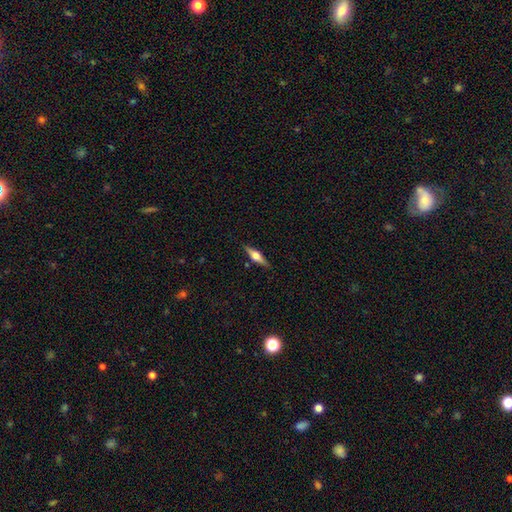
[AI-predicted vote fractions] Q: Smooth or featured?
A: featured or disk (64%); runner-up: smooth (29%)
Q: Edge-on disk?
A: yes (97%); runner-up: no (3%)
Q: Edge-on bulge?
A: rounded (90%); runner-up: boxy (8%)
Q: Merging?
A: none (87%); runner-up: minor disturbance (9%)